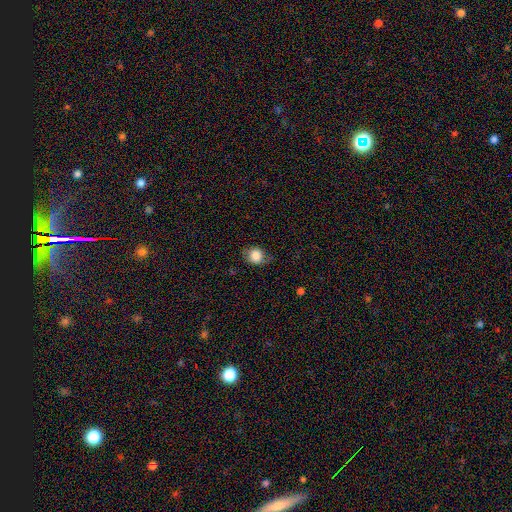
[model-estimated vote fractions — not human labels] Q: Smooth or featured?
A: smooth (81%); runner-up: featured or disk (10%)
Q: How rounded?
A: round (65%); runner-up: in between (34%)
Q: Merging?
A: none (68%); runner-up: minor disturbance (24%)